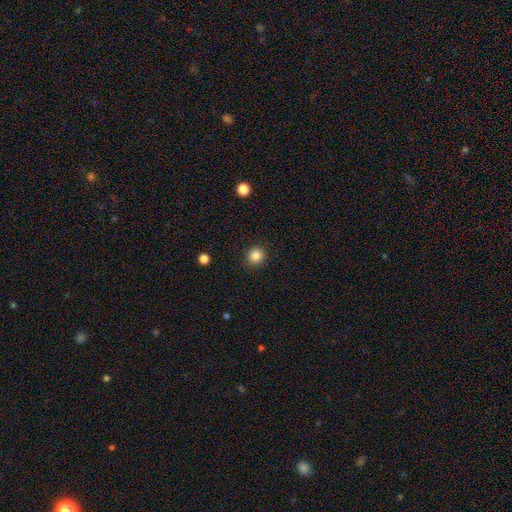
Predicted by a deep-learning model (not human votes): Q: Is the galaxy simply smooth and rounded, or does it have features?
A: smooth — 85%.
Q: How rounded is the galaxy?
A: round — 92%.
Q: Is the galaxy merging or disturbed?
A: none — 91%.